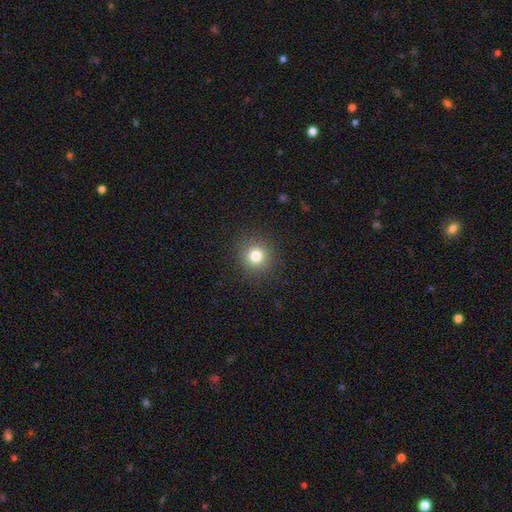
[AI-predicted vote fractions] This appears to be a smooth galaxy with no disk features (80%) that is round (91%). Merging: none (90%).